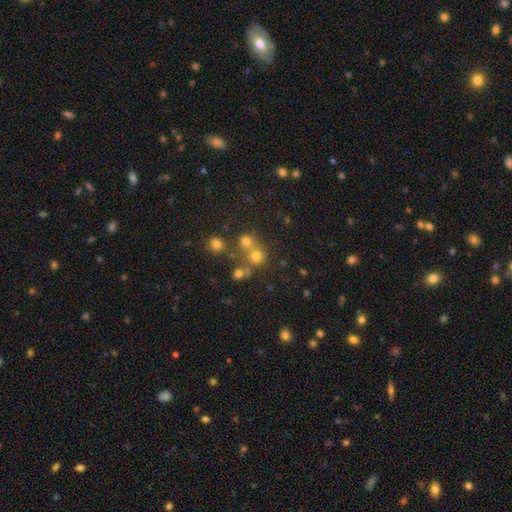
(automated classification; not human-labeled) The model was most divided on "merging": none: 49%, merger: 40%, minor disturbance: 7%, major disturbance: 4%. More confident: how rounded — round (86%); smooth or featured — smooth (63%).